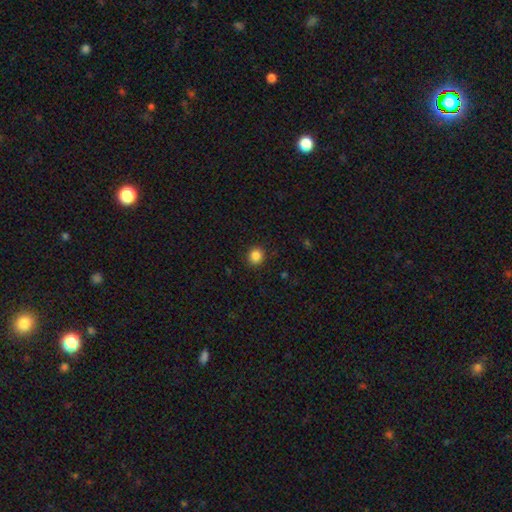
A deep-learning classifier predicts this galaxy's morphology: Overall: smooth (86%). How rounded: round (85%). Merging: none (90%).